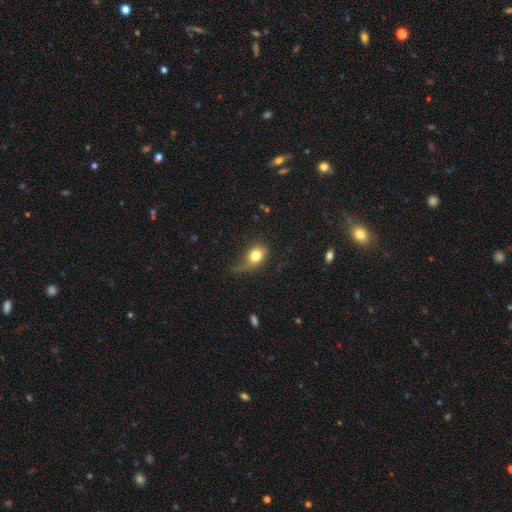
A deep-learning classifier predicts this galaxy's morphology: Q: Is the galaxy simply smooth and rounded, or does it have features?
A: smooth — 77%.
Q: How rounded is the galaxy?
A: in between — 61%.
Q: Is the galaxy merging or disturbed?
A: none — 41%.